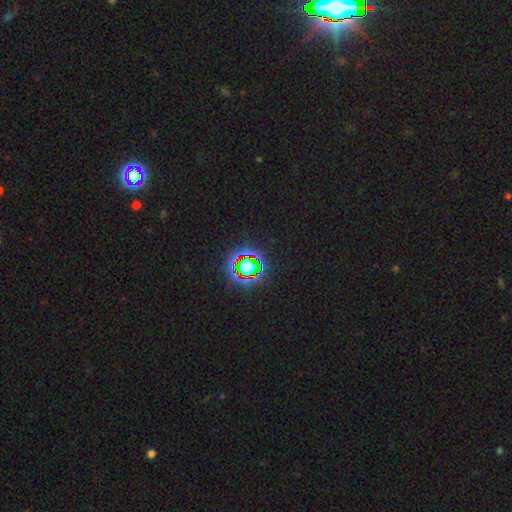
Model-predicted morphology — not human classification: This appears to be a star or artifact, not a galaxy (79%).